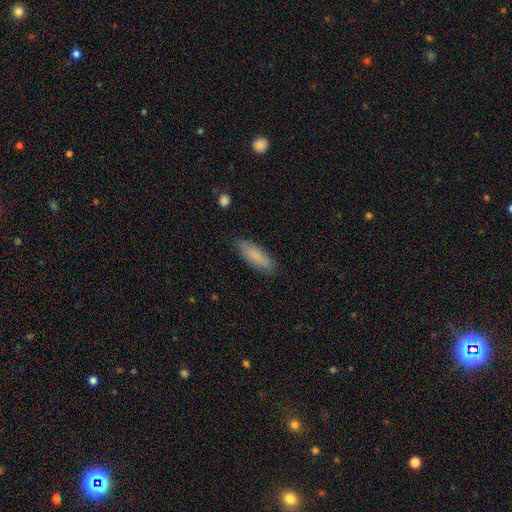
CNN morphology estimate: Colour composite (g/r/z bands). It shows a smooth galaxy with no disk features (85%) that is in between round and cigar-shaped (52%). Merging: none (85%).